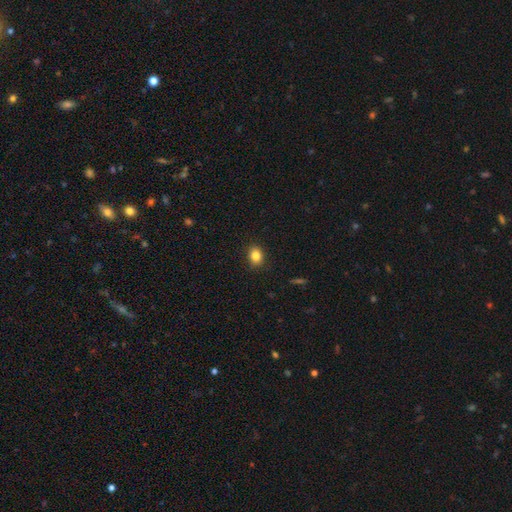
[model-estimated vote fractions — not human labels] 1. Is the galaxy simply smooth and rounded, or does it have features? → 84% smooth, 10% star or artifact, 6% featured or disk.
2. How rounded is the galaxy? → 53% in between, 46% round, 1% cigar-shaped.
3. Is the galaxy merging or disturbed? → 89% none, 8% minor disturbance, 2% major disturbance, 1% merger.